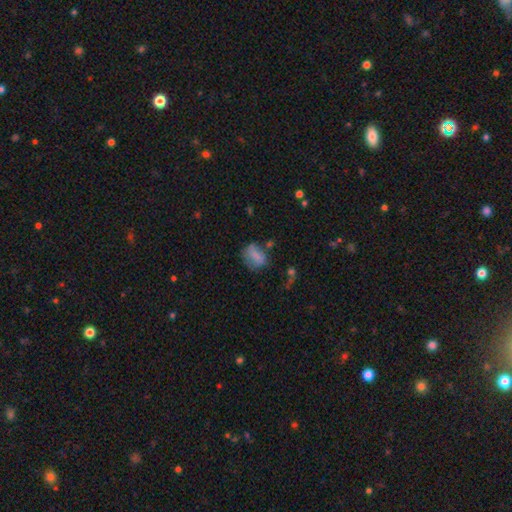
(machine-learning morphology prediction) Smooth or featured? smooth (73%)
How rounded? in between (65%)
Merging? none (54%)